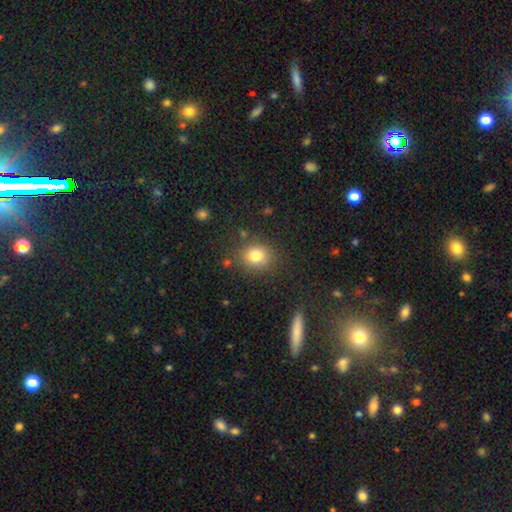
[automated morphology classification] This is clearly a smooth galaxy (80%). How rounded: likely round (74%). Merging: clearly none (81%).